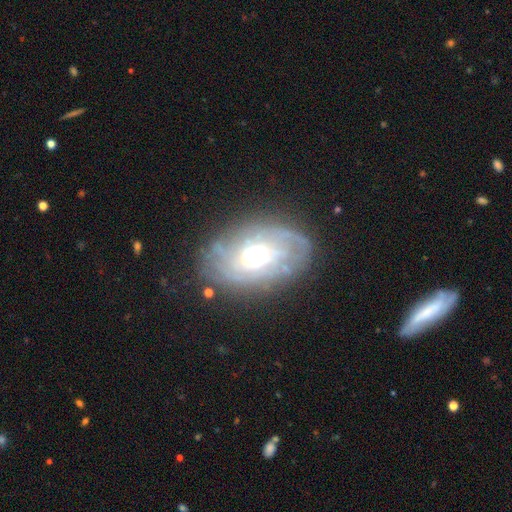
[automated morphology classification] A featured or disk galaxy (74%) with no bar (67%), tight (66%) spiral arms (79%) and a moderate central bulge (63%). Merging: none (75%).